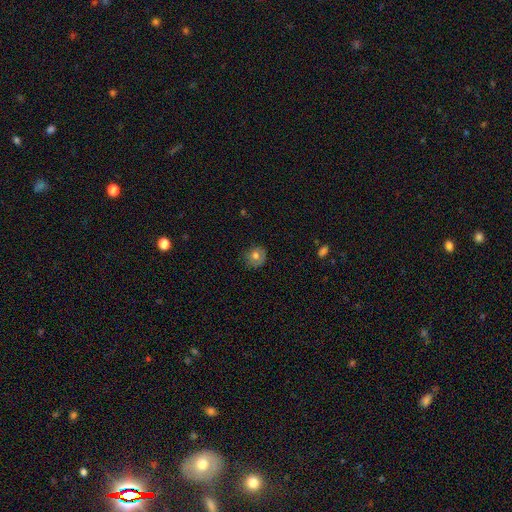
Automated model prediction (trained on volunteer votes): This appears to be a smooth galaxy with no disk features (69%) that is round (85%). Merging: none (78%).